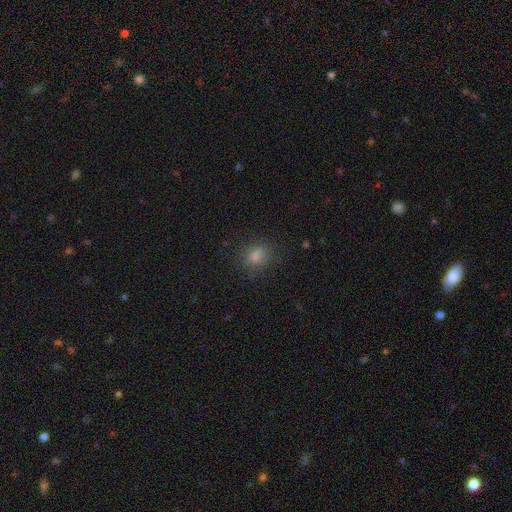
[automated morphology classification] smooth-or-featured: smooth: 78% | star or artifact: 16% | featured or disk: 6%
  how-rounded: round: 59% | in between: 39% | cigar-shaped: 2%
  merging: none: 85% | minor disturbance: 10% | major disturbance: 4% | merger: 1%